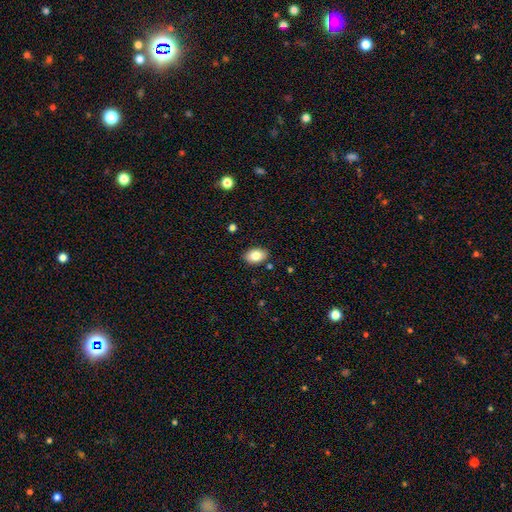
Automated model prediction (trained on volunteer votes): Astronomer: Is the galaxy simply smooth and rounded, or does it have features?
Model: smooth — 83%.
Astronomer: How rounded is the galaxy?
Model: in between — 88%.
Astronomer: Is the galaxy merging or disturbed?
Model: none — 86%.